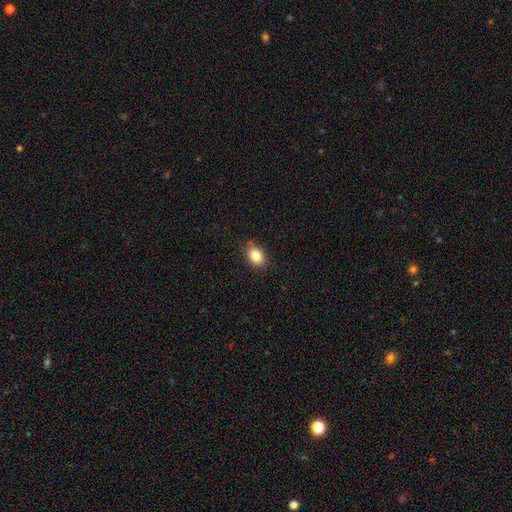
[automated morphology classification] A smooth galaxy with no disk features (84%) that is in between round and cigar-shaped (76%).

Vote fractions:
- Smooth or featured? smooth: 84% / star or artifact: 9% / featured or disk: 7%
- How rounded? in between: 76% / round: 23% / cigar-shaped: 1%
- Merging? none: 83% / minor disturbance: 13% / major disturbance: 3% / merger: 1%